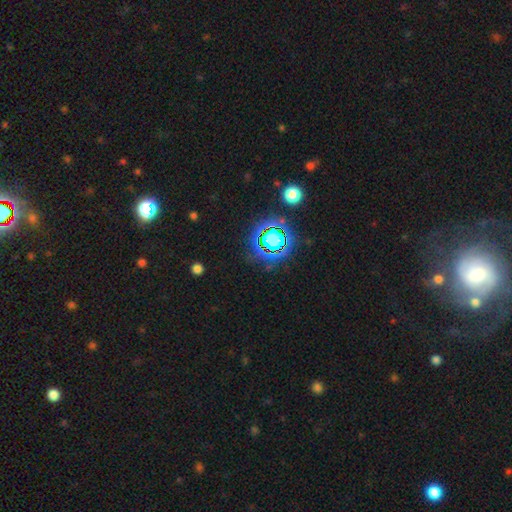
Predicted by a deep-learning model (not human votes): A star or artifact, not a galaxy (61%).